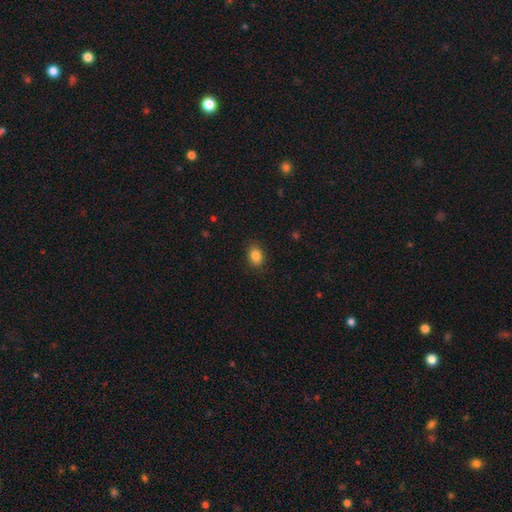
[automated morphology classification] This is clearly a smooth galaxy (85%). How rounded: likely in between (68%). Merging: clearly none (86%).